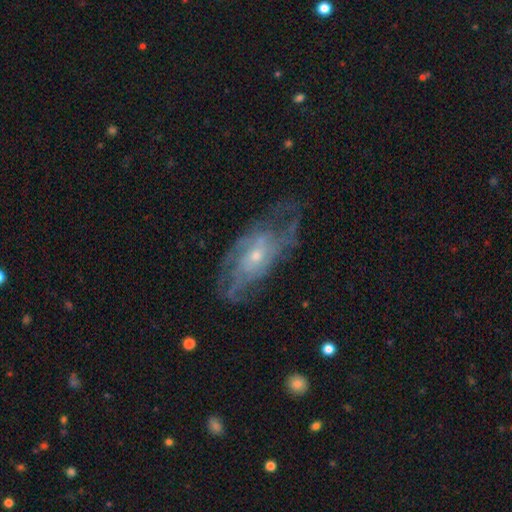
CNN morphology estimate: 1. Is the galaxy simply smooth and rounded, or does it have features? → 78% featured or disk, 15% smooth, 7% star or artifact.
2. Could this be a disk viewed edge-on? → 92% no, 8% yes.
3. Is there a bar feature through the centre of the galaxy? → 73% no, 23% weak, 4% strong.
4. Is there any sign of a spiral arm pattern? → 81% yes, 19% no.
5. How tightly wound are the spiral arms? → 46% tight, 37% medium, 17% loose.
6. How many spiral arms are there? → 51% can't tell, 18% 2, 12% 3, 9% 4, 5% more than 4, 5% 1.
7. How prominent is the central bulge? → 63% small, 33% moderate, 2% large, 2% none, 1% dominant.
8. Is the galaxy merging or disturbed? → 54% none, 23% minor disturbance, 21% major disturbance, 2% merger.